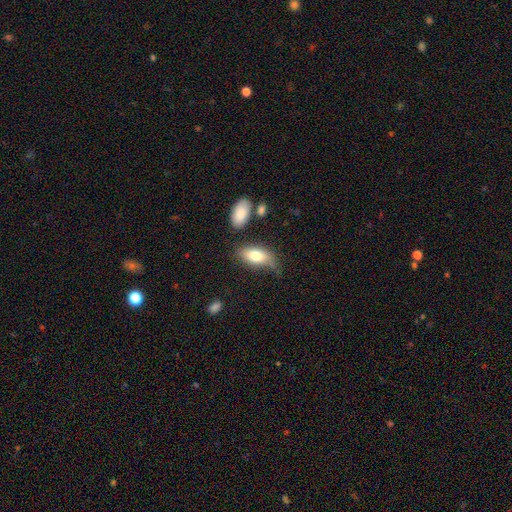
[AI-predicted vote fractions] Smooth or featured? smooth (78%)
How rounded? in between (90%)
Merging? none (51%)